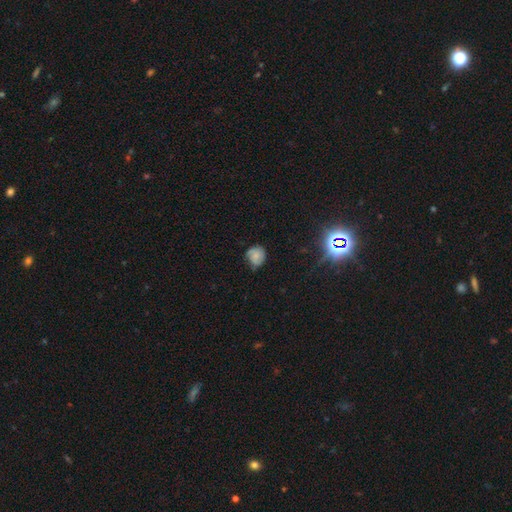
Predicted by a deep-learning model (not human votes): This appears to be a smooth galaxy with no disk features (57%) that is round (72%). Merging: none (61%).